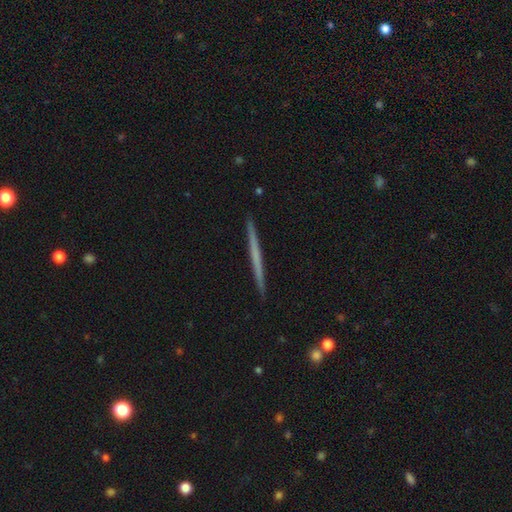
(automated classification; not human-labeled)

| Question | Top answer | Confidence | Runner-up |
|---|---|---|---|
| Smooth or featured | featured or disk | 52% | smooth (43%) |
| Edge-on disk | yes | 98% | no (2%) |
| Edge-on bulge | none | 90% | rounded (7%) |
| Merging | none | 93% | minor disturbance (5%) |